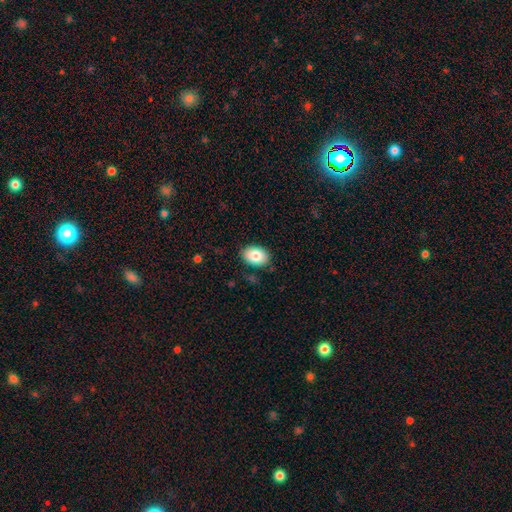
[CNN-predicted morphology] This appears to be a smooth galaxy with no disk features (85%) that is in between round and cigar-shaped (81%). Merging: none (85%).